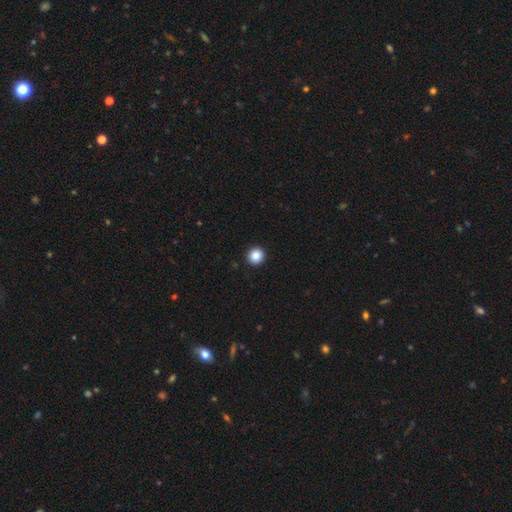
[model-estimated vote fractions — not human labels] Morphology: type=smooth (86%); roundness=round (95%); merging=none (94%).